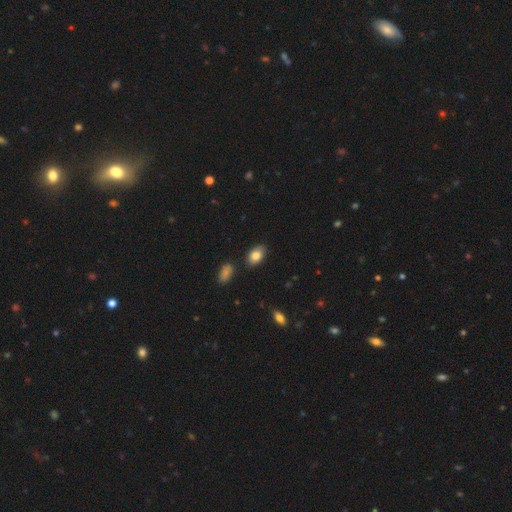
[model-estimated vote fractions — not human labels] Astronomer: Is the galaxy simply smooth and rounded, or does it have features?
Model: smooth — 82%.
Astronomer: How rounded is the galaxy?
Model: in between — 88%.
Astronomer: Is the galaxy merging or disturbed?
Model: none — 82%.